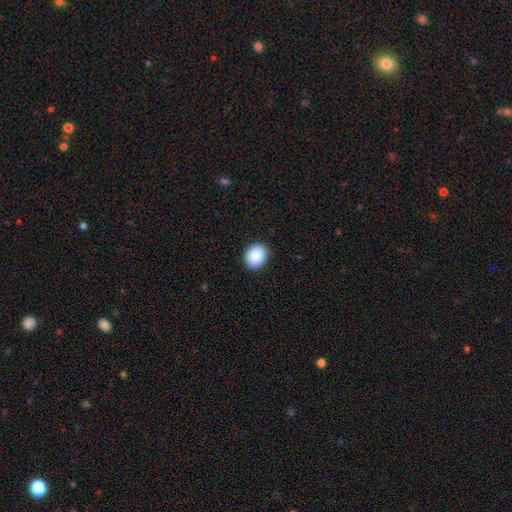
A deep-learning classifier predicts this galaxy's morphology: smooth 89%, star or artifact 7%, featured or disk 3%. Down the decision tree: how rounded — round (62%); merging — none (90%).